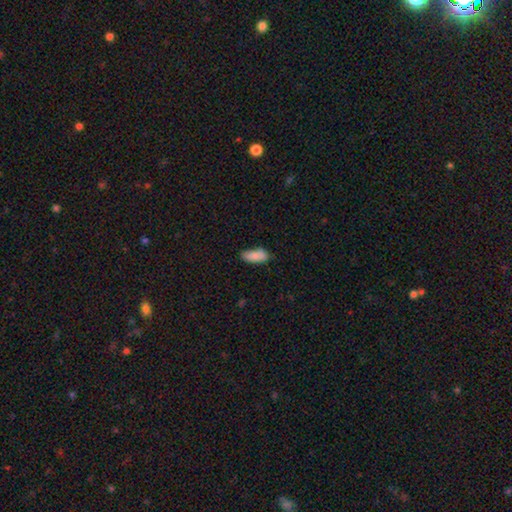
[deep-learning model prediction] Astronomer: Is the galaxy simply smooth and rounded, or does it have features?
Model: smooth — 87%.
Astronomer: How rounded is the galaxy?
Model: in between — 83%.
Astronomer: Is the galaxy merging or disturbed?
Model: none — 72%.